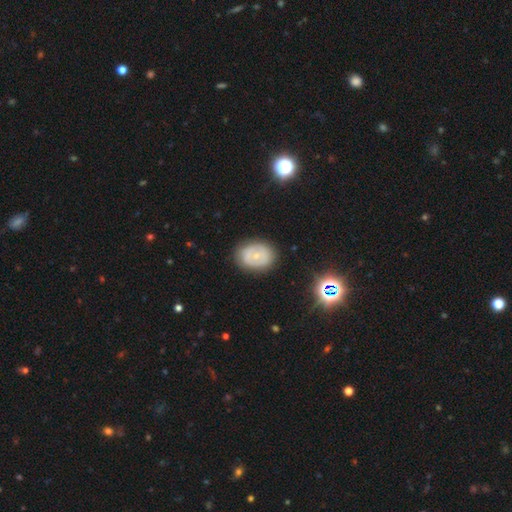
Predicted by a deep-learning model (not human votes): This appears to be a smooth galaxy with no disk features (47%). Merging: none (79%).